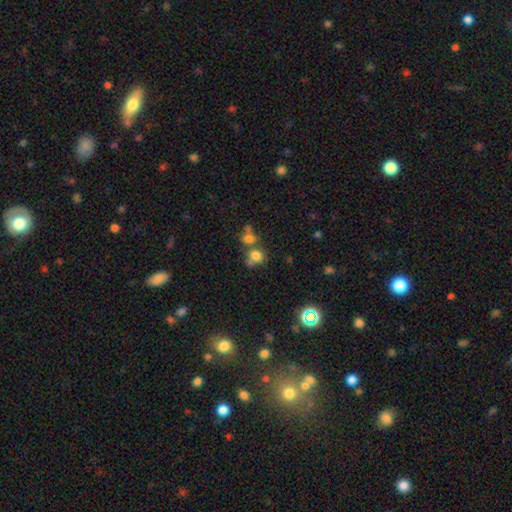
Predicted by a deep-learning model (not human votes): Smooth or featured? smooth (74%)
How rounded? round (70%)
Merging? merger (42%)